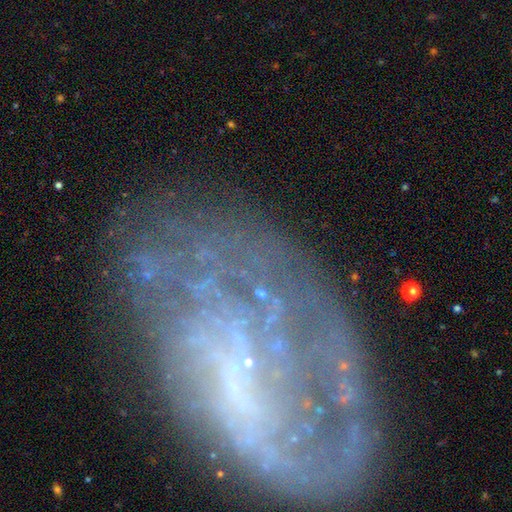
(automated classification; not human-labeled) Smooth or featured? featured or disk (70%)
Edge-on disk? no (96%)
Bar? no (61%)
Spiral arms? yes (55%)
Bulge size? none (55%)
Merging? none (52%)